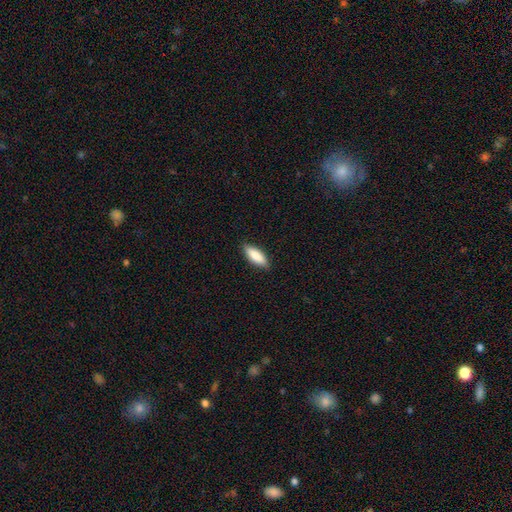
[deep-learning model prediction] This appears to be a smooth galaxy with no disk features (85%) that is in between round and cigar-shaped (68%). Merging: none (88%).